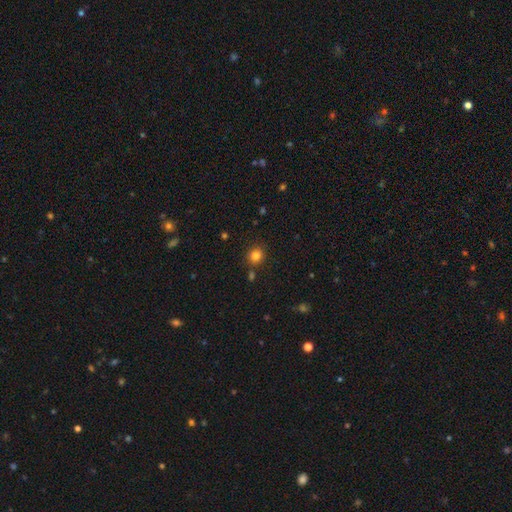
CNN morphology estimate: smooth_or_featured: smooth (p=0.82) [alt: star or artifact p=0.13]
how_rounded: round (p=0.81) [alt: in between p=0.18]
merging: none (p=0.84) [alt: minor disturbance p=0.09]